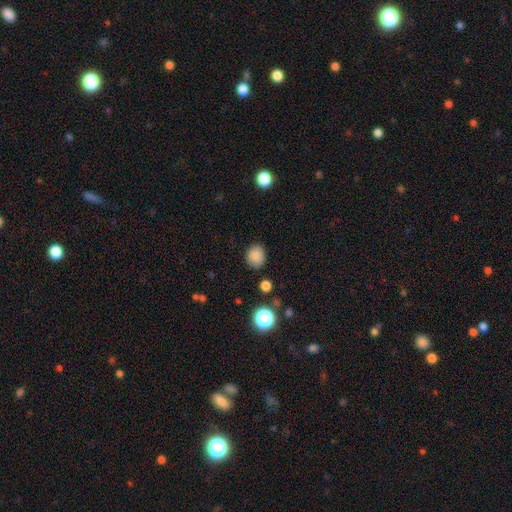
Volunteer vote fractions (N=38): smooth-or-featured: smooth: 89% | featured or disk: 8% | star or artifact: 3%
  how-rounded: round: 82% | in between: 18% | cigar-shaped: 0%
  merging: none: 81% | minor disturbance: 14% | major disturbance: 5% | merger: 0%